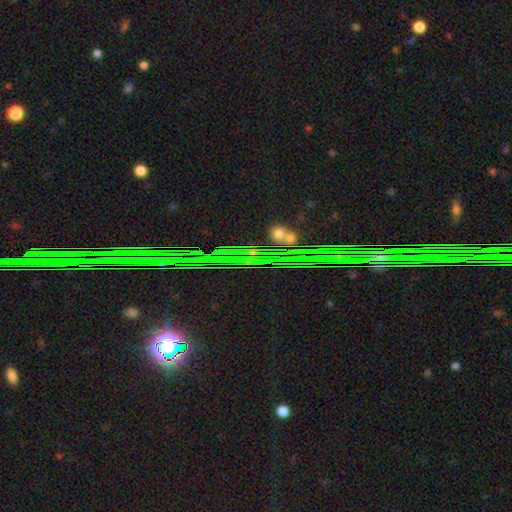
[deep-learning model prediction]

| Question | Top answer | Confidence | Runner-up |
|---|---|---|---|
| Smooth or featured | star or artifact | 84% | featured or disk (9%) |